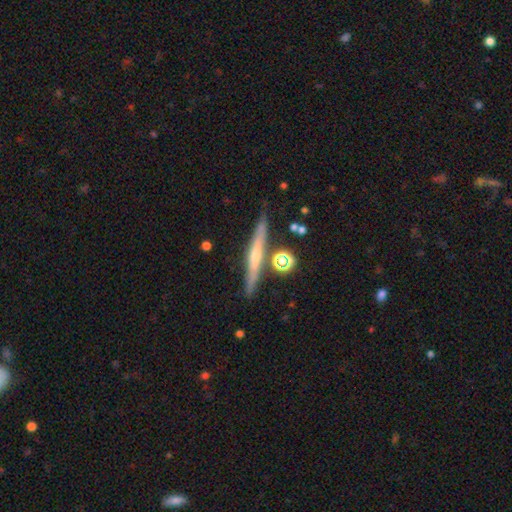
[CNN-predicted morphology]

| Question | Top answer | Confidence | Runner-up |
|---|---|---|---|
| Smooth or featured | featured or disk | 59% | smooth (32%) |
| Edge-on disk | yes | 95% | no (5%) |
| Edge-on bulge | rounded | 53% | none (38%) |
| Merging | none | 82% | minor disturbance (10%) |